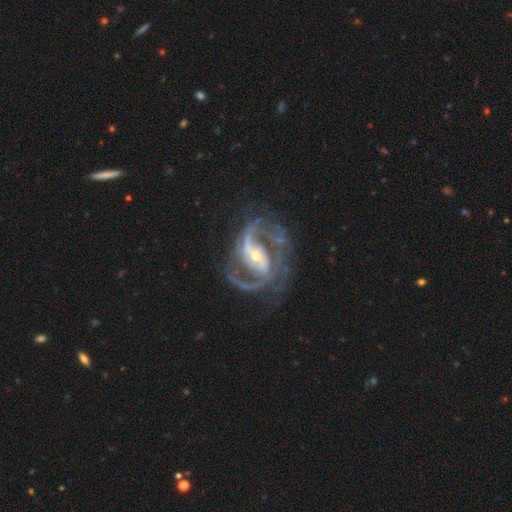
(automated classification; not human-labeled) The model was most divided on "bulge size": small: 48%, moderate: 47%, large: 3%, none: 1%, dominant: 1%. Remaining: edge-on disk — no (97%); spiral arms — yes (97%); smooth or featured — featured or disk (92%); spiral arm count — 2 (77%); merging — none (65%); spiral winding — medium (56%); bar — strong (39%).